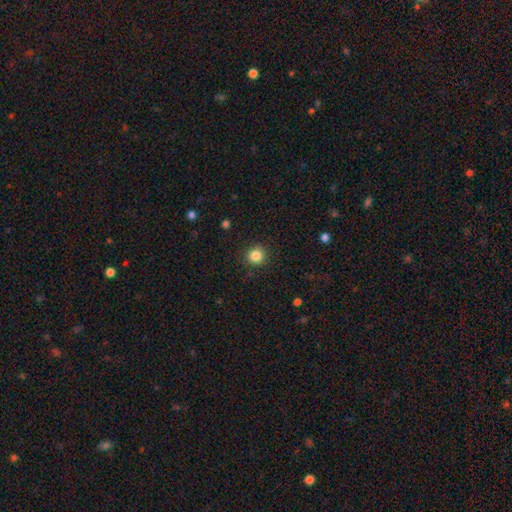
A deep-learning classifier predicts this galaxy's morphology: smooth_or_featured: smooth (p=0.84) [alt: star or artifact p=0.11]
how_rounded: round (p=0.91) [alt: in between p=0.08]
merging: none (p=0.90) [alt: minor disturbance p=0.07]